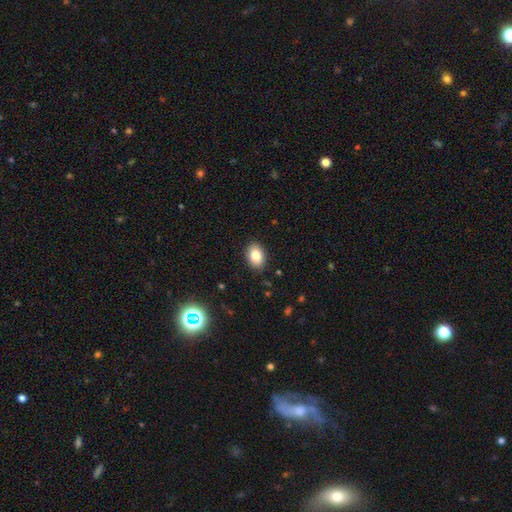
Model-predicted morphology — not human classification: A smooth galaxy with no disk features (83%) that is in between round and cigar-shaped (83%).

Vote fractions:
- Smooth or featured? smooth: 83% / star or artifact: 9% / featured or disk: 8%
- How rounded? in between: 83% / round: 16% / cigar-shaped: 1%
- Merging? none: 89% / minor disturbance: 8% / major disturbance: 2% / merger: 1%